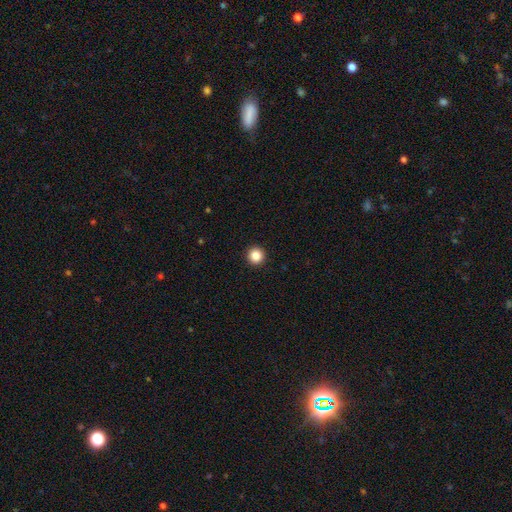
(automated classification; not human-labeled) Smooth or featured?
  - smooth: 86% *
  - star or artifact: 11%
  - featured or disk: 4%
How rounded?
  - round: 96% *
  - in between: 3%
  - cigar-shaped: 1%
Merging?
  - none: 94% *
  - minor disturbance: 4%
  - major disturbance: 1%
  - merger: 1%